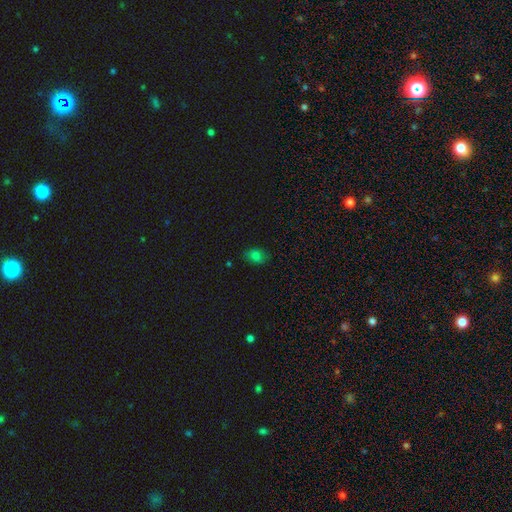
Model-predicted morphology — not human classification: A smooth galaxy with no disk features (77%) that is in between round and cigar-shaped (74%). Merging: none (79%).